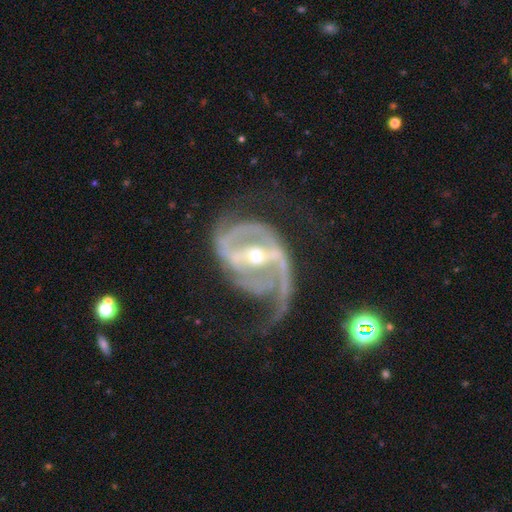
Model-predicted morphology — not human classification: Smooth or featured? featured or disk (92%)
Edge-on disk? no (97%)
Bar? strong (69%)
Spiral arms? yes (96%)
Spiral winding? medium (48%)
Spiral arm count? 2 (73%)
Bulge size? moderate (53%)
Merging? none (44%)